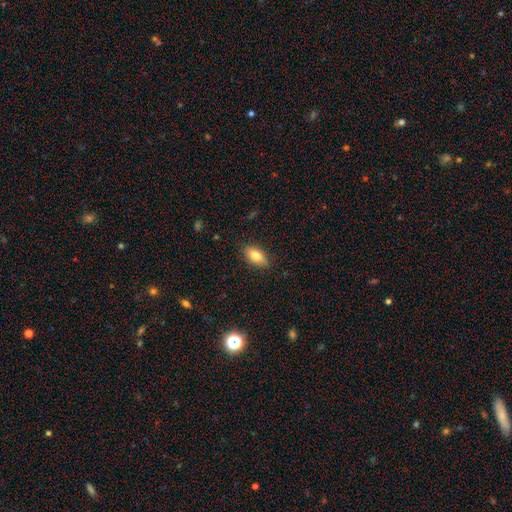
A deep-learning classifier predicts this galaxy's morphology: Overall: smooth (74%). How rounded: in between (84%). Merging: none (86%).